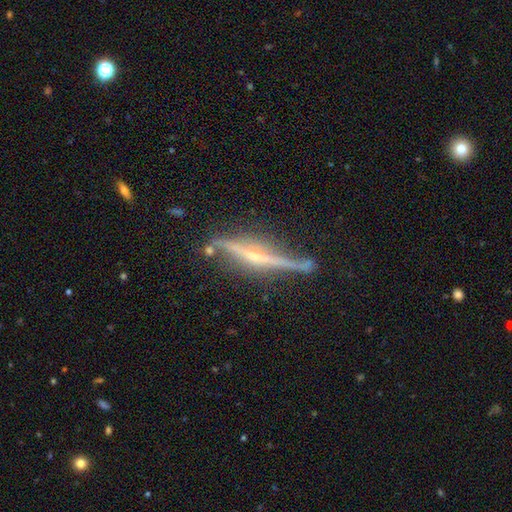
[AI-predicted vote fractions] Overall: featured or disk (84%). Edge-on disk: yes (95%). Edge-on bulge: rounded (66%). Merging: none (66%).